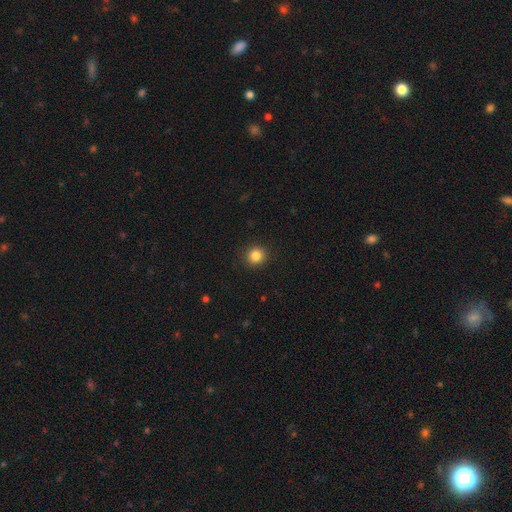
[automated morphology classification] A smooth galaxy with no disk features (85%) that is round (92%). Merging: none (92%).